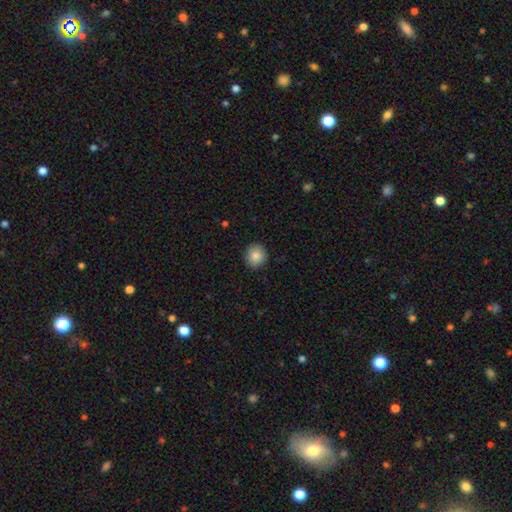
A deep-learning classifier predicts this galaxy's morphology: This is clearly a smooth galaxy (85%). How rounded: clearly round (81%). Merging: clearly none (90%).